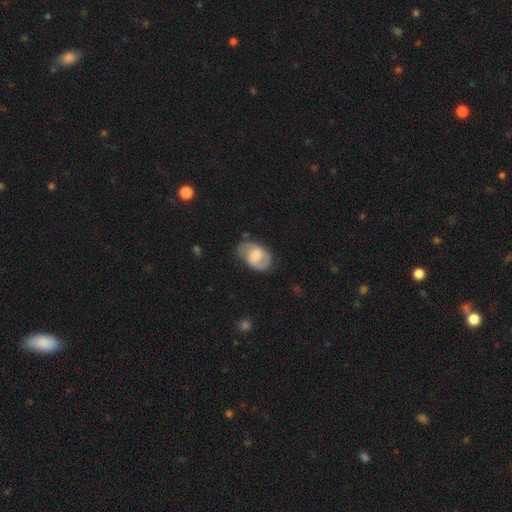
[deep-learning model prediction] A featured or disk galaxy (65%) with a weak bar (50%), 2 (85%) medium (50%) spiral arms (89%) and a moderate central bulge (45%). Merging: none (70%).